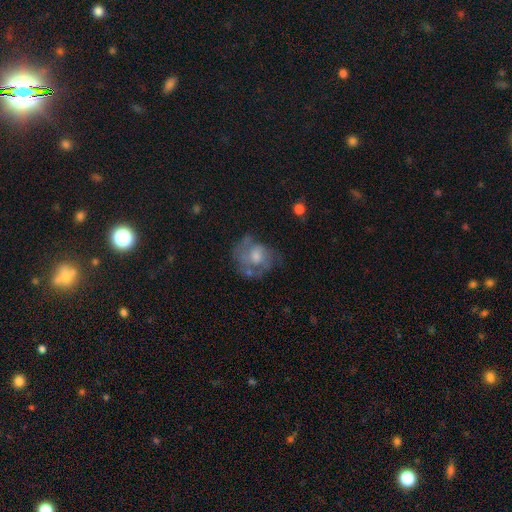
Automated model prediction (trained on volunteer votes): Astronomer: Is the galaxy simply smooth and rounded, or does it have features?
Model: featured or disk — 62%.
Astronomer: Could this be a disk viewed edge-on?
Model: no — 98%.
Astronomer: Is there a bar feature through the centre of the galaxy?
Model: no — 76%.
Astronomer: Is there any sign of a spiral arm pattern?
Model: yes — 69%.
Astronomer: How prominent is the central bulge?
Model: moderate — 52% (runner-up: small, 31%).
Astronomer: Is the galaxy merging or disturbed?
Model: none — 52%.